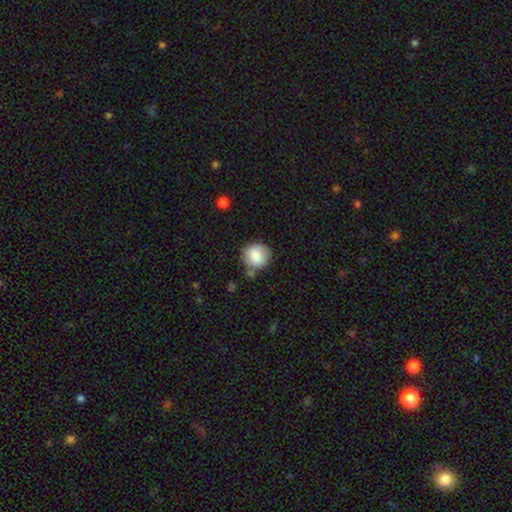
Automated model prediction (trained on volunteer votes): Smooth or featured? smooth (81%)
How rounded? round (87%)
Merging? none (73%)